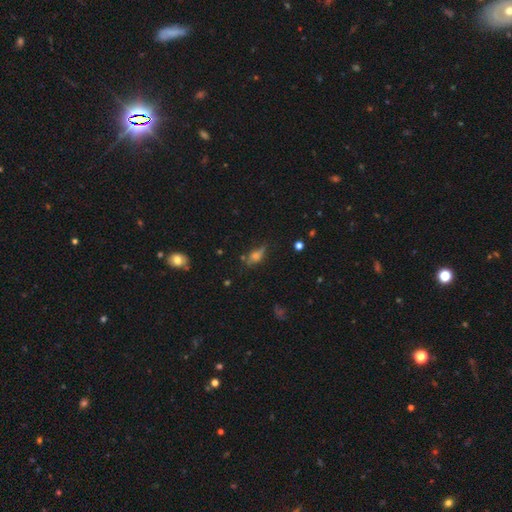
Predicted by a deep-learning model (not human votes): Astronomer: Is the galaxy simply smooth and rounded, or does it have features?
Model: smooth — 47% (runner-up: featured or disk, 34%).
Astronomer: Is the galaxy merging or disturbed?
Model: none — 59%.